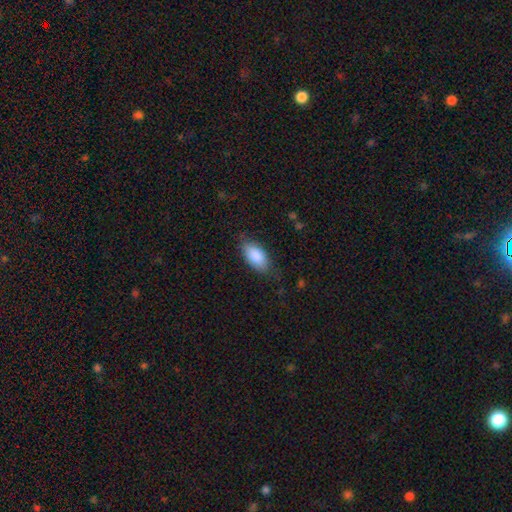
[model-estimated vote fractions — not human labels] smooth_or_featured: smooth (p=0.87) [alt: featured or disk p=0.07]
how_rounded: in between (p=0.93) [alt: cigar-shaped p=0.04]
merging: none (p=0.75) [alt: minor disturbance p=0.19]